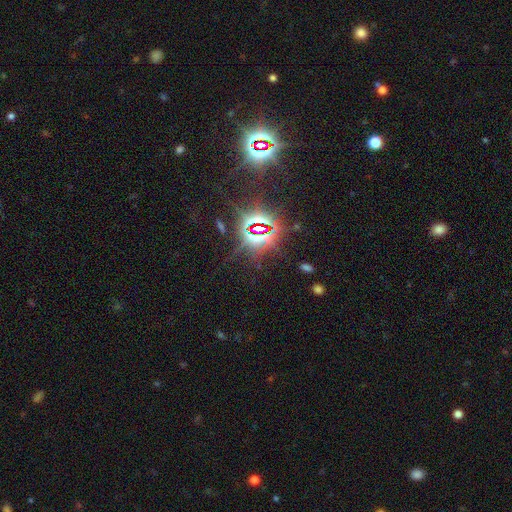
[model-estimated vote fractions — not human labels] A star or artifact, not a galaxy (83%).